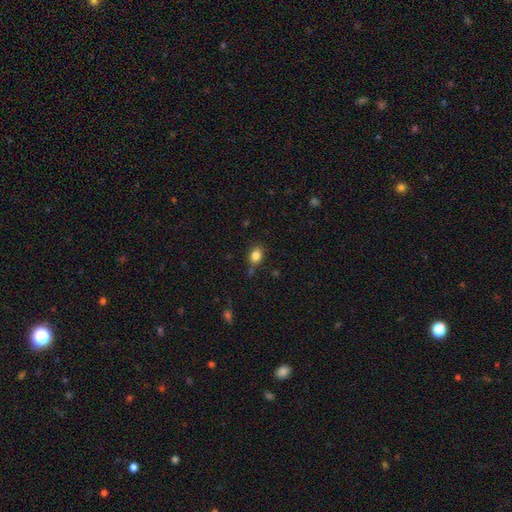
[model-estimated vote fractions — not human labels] Smooth or featured? Predicted: smooth (p=0.83). How rounded? Predicted: in between (p=0.68). Merging? Predicted: none (p=0.74).